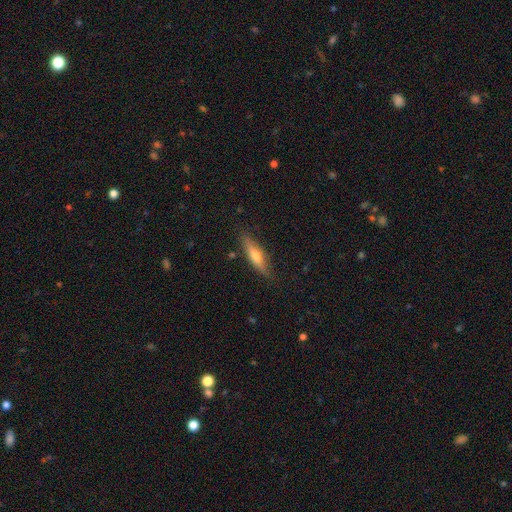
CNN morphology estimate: Smooth or featured?
  - featured or disk: 50% *
  - smooth: 44%
  - star or artifact: 6%
Merging?
  - none: 84% *
  - minor disturbance: 12%
  - major disturbance: 2%
  - merger: 1%